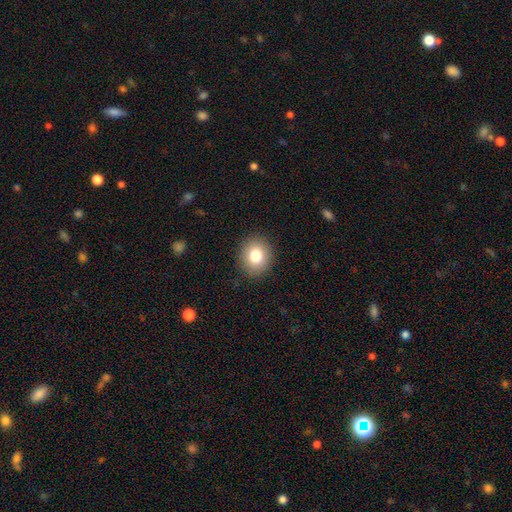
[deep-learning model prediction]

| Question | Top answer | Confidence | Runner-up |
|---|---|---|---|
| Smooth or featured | smooth | 81% | star or artifact (10%) |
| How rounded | round | 73% | in between (26%) |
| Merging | none | 90% | minor disturbance (7%) |